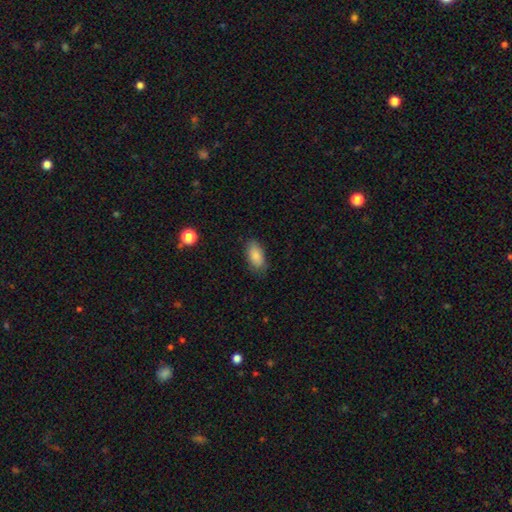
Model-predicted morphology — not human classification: Smooth or featured: smooth — 86% (star or artifact — 7%)
How rounded: in between — 91% (cigar-shaped — 6%)
Merging: none — 78% (minor disturbance — 17%)